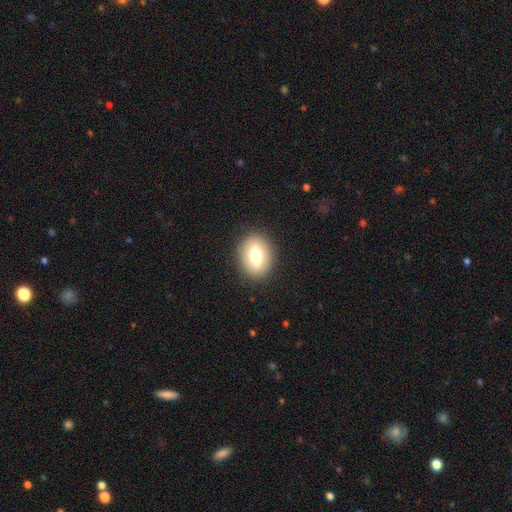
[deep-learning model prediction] Smooth or featured? smooth (68%)
How rounded? in between (65%)
Merging? none (87%)